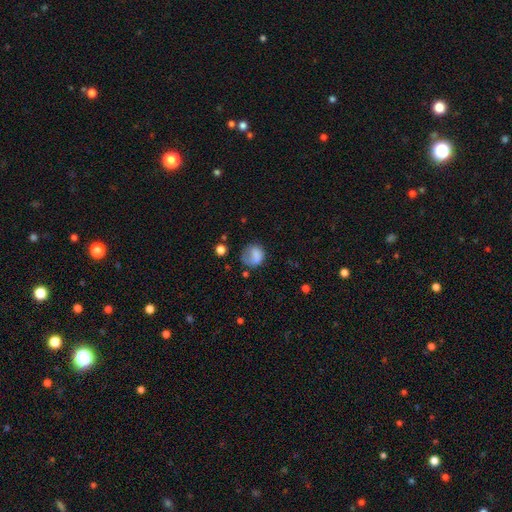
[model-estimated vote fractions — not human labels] This is likely a smooth galaxy (76%). How rounded: likely round (72%). Merging: marginally none (45%).